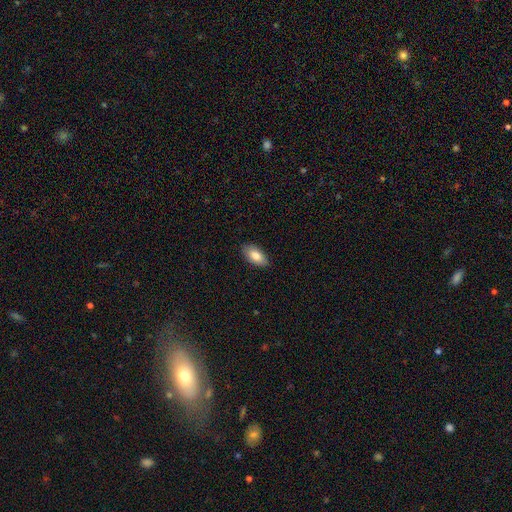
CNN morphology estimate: Q: Smooth or featured?
A: smooth (82%); runner-up: featured or disk (12%)
Q: How rounded?
A: in between (93%); runner-up: cigar-shaped (4%)
Q: Merging?
A: none (88%); runner-up: minor disturbance (10%)